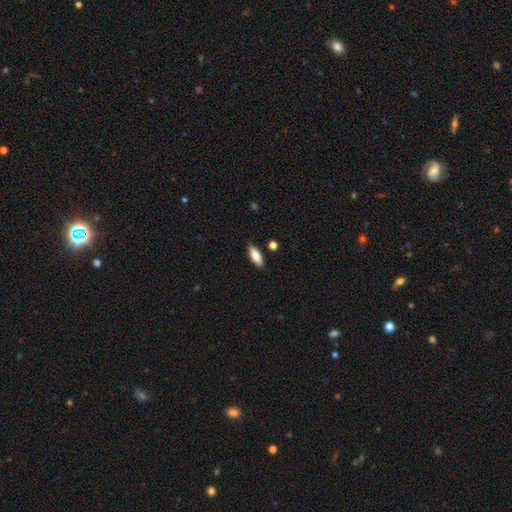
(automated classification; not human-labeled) Morphology: type=smooth (83%); roundness=in between (66%); merging=none (86%).